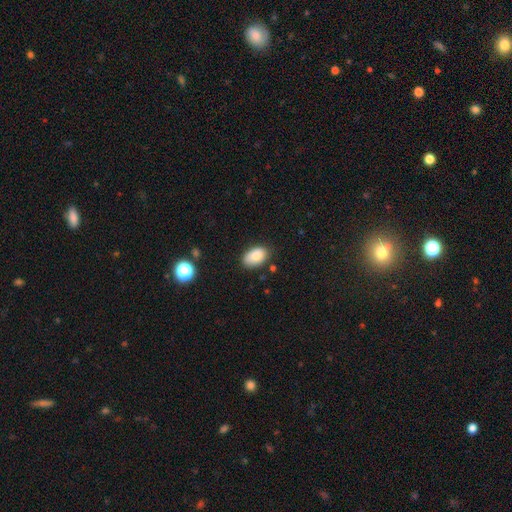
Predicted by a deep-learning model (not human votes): smooth_or_featured: smooth (p=0.84) [alt: star or artifact p=0.08]
how_rounded: in between (p=0.91) [alt: round p=0.08]
merging: none (p=0.79) [alt: minor disturbance p=0.16]